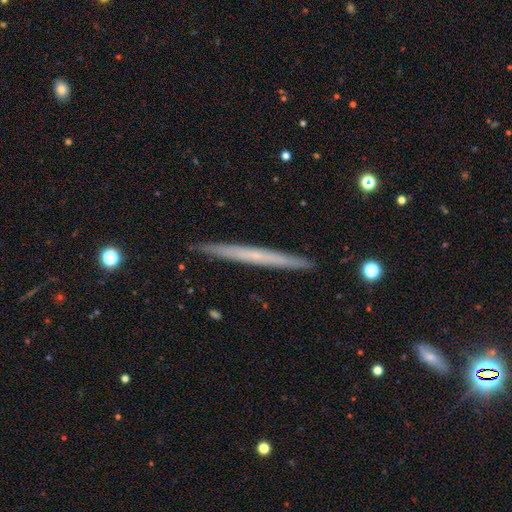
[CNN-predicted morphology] Smooth or featured? featured or disk (52%)
Edge-on disk? yes (97%)
Edge-on bulge? none (87%)
Merging? none (92%)